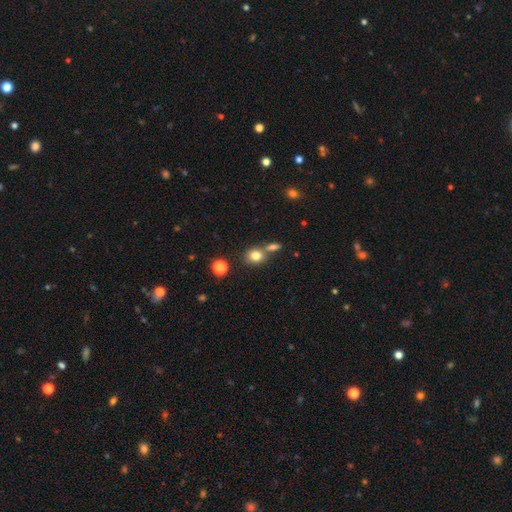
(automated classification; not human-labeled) smooth_or_featured: smooth (p=0.80) [alt: star or artifact p=0.12]
how_rounded: round (p=0.71) [alt: in between p=0.28]
merging: none (p=0.59) [alt: merger p=0.27]